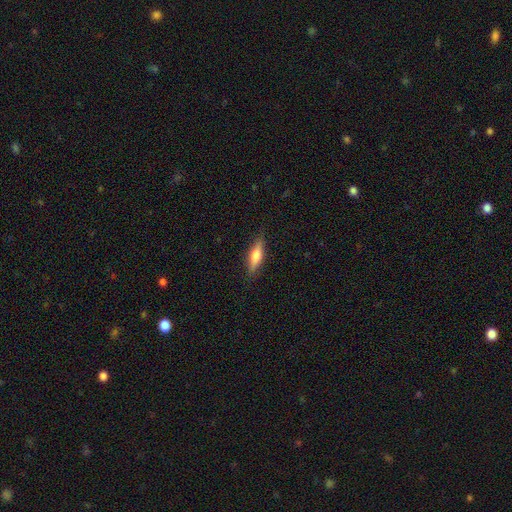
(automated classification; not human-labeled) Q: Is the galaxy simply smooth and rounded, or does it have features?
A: smooth — 60%.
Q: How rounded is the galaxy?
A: cigar-shaped — 58%.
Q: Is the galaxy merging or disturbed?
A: none — 86%.